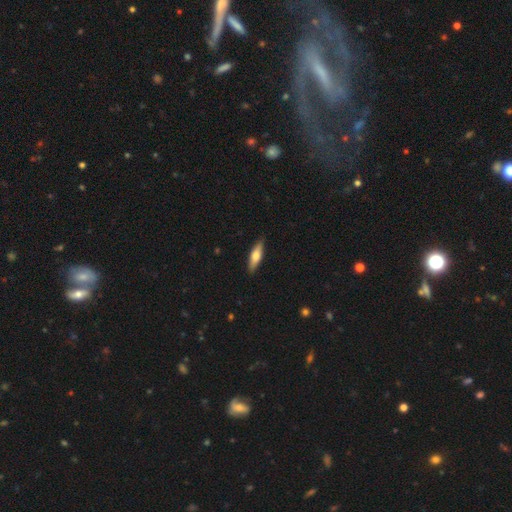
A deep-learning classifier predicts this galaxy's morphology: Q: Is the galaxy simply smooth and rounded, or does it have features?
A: smooth — 57%.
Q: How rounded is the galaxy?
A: cigar-shaped — 60%.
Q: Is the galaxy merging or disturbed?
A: none — 89%.